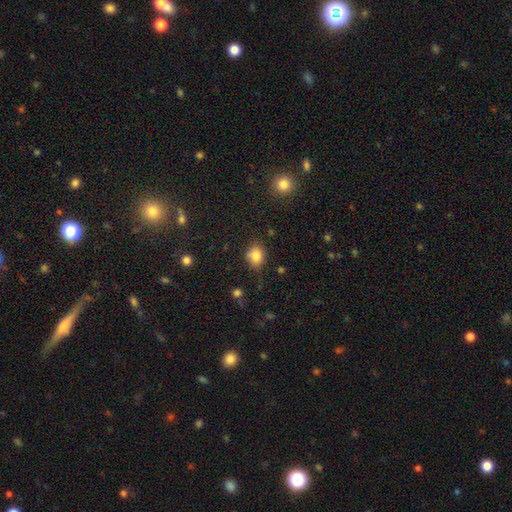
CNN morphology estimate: Q: Smooth or featured?
A: smooth (82%); runner-up: star or artifact (11%)
Q: How rounded?
A: round (63%); runner-up: in between (36%)
Q: Merging?
A: none (77%); runner-up: minor disturbance (17%)